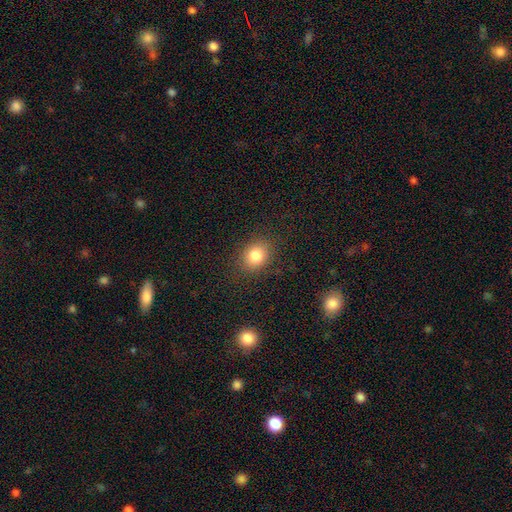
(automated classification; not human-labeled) Smooth or featured? Predicted: smooth (p=0.82). How rounded? Predicted: round (p=0.56). Merging? Predicted: none (p=0.86).